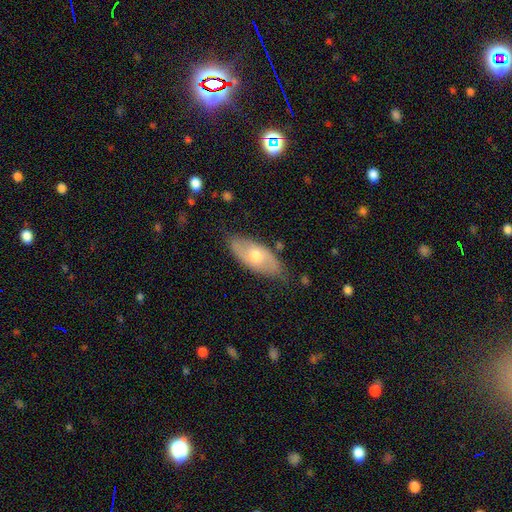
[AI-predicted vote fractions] This appears to be a featured or disk galaxy (49%). Merging: none (78%).